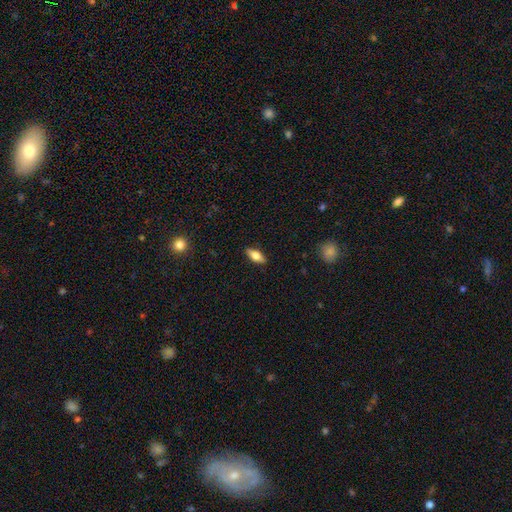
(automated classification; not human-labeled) Smooth or featured? Predicted: smooth (p=0.60). How rounded? Predicted: in between (p=0.74). Merging? Predicted: none (p=0.88).